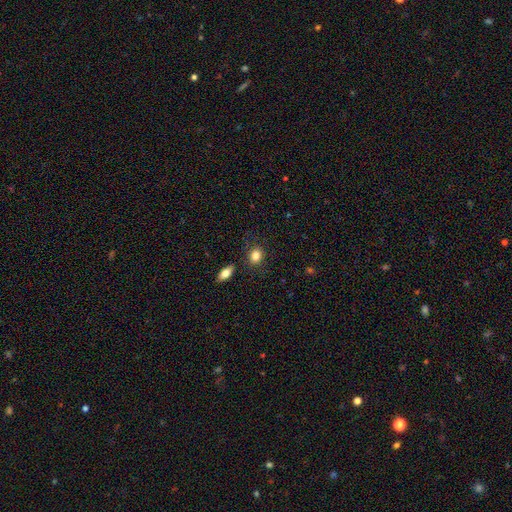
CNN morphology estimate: Smooth or featured: smooth — 84% (star or artifact — 9%)
How rounded: round — 50% (in between — 49%)
Merging: none — 82% (minor disturbance — 11%)